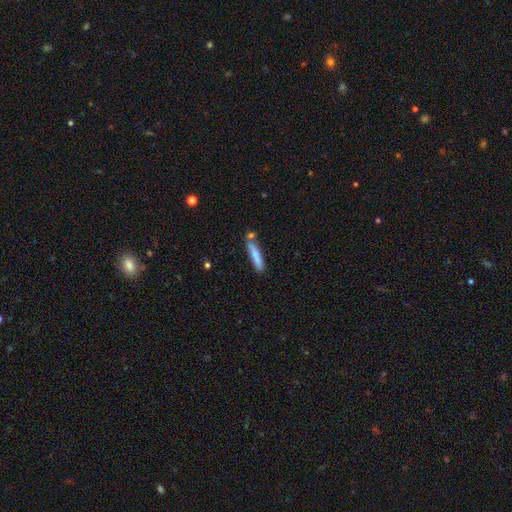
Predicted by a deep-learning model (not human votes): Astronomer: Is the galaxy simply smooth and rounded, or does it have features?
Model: smooth — 72%.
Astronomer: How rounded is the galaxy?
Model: cigar-shaped — 88%.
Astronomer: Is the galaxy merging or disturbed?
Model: none — 67%.